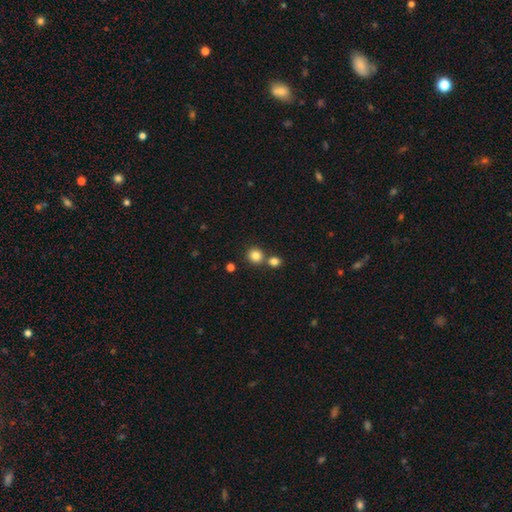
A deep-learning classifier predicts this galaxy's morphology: Overall: smooth (83%). How rounded: round (89%). Merging: none (66%).